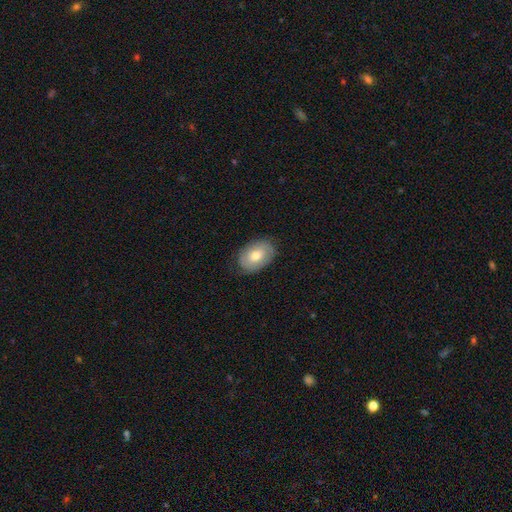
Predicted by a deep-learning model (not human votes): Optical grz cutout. It shows a smooth galaxy with no disk features (61%) that is in between round and cigar-shaped (86%). Merging: none (81%).